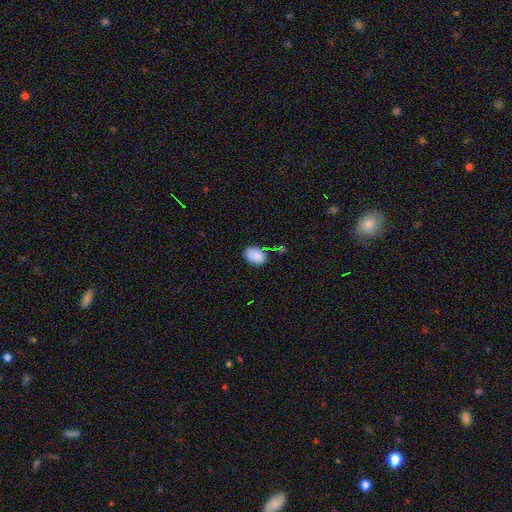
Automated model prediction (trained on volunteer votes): A smooth galaxy with no disk features (87%) that is in between round and cigar-shaped (80%). Merging: none (77%).